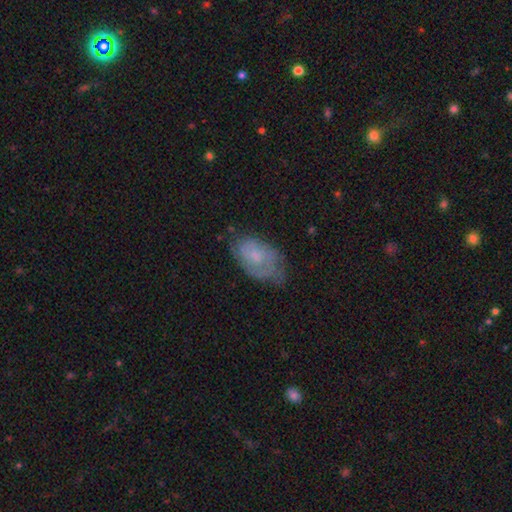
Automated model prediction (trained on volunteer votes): This is possibly a featured or disk galaxy (48%). Merging: possibly none (52%).